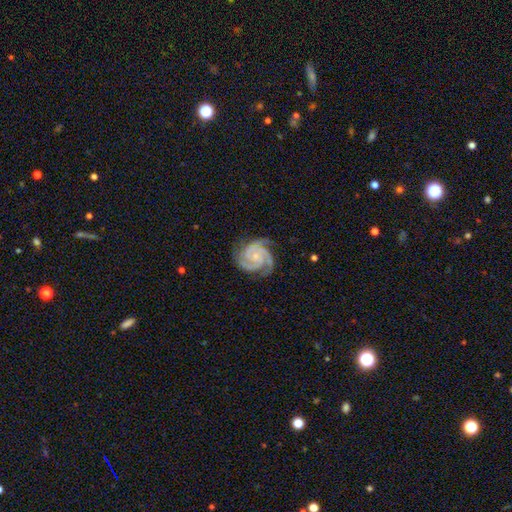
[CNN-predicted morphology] Overall: featured or disk (93%). Edge-on disk: no (98%). Bar: no (70%). Spiral arms: yes (99%). Spiral arm count: 3 (52%; 2 32%). Spiral winding: tight (70%). Bulge size: small (72%). Merging: none (77%).